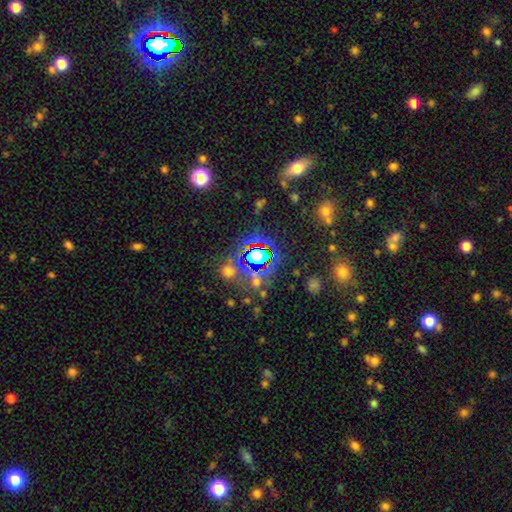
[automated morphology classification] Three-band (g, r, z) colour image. It shows a star or artifact, not a galaxy (67%).